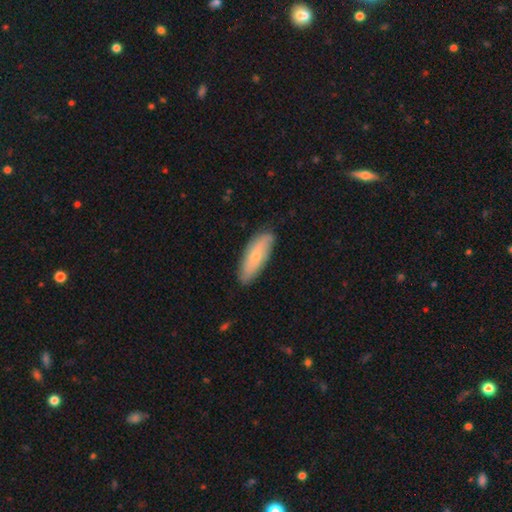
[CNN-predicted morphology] The model was most divided on "how rounded": in between: 61%, cigar-shaped: 37%, round: 2%. More confident: merging — none (82%); smooth or featured — smooth (61%).